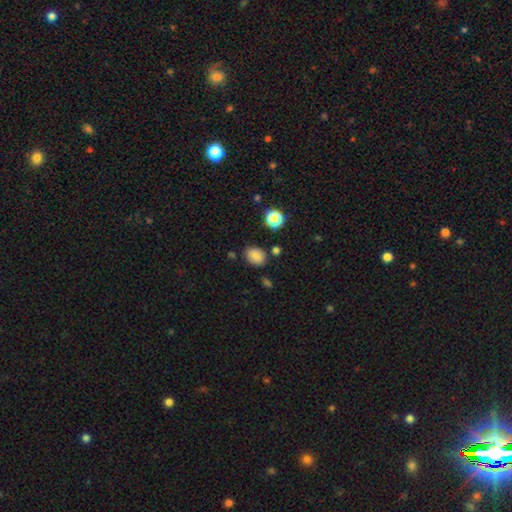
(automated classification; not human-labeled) Morphology: type=smooth (83%); roundness=in between (69%); merging=none (77%).